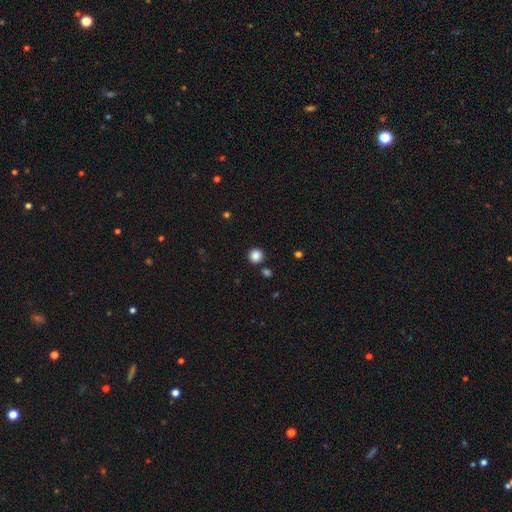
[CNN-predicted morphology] Smooth or featured: smooth — 86% (star or artifact — 11%)
How rounded: round — 94% (in between — 5%)
Merging: none — 89% (minor disturbance — 5%)